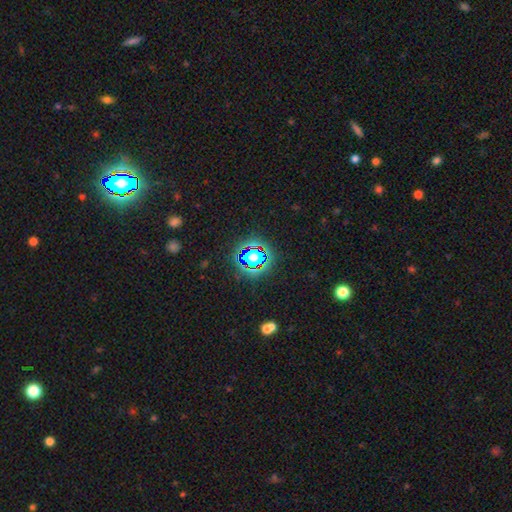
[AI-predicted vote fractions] Smooth or featured: star or artifact — 76% (smooth — 16%)